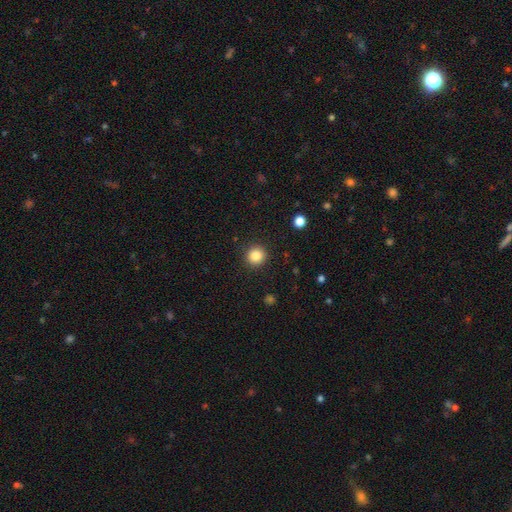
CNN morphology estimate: The model was most divided on "smooth or featured": smooth: 85%, star or artifact: 11%, featured or disk: 5%. More confident: how rounded — round (93%); merging — none (91%).